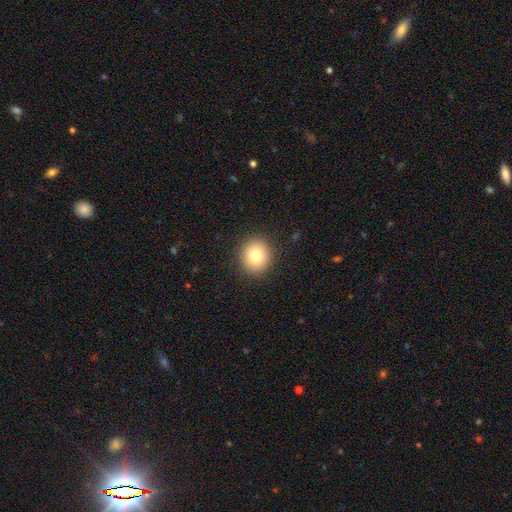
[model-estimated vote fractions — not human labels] Smooth or featured? Predicted: smooth (p=0.81). How rounded? Predicted: round (p=0.83). Merging? Predicted: none (p=0.90).